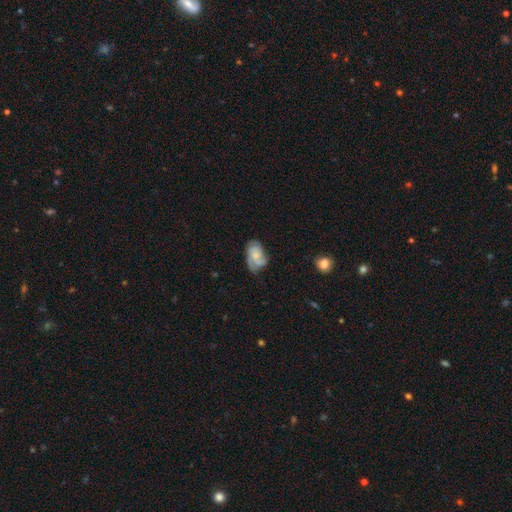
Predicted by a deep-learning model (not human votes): Morphology: type=featured or disk (64%); edge-on=no (97%); bar=no (71%); spiral arms=yes (89%); winding=tight (43%); arm count=2 (32%, tied with 3); bulge=small (46%); merging=none (52%).